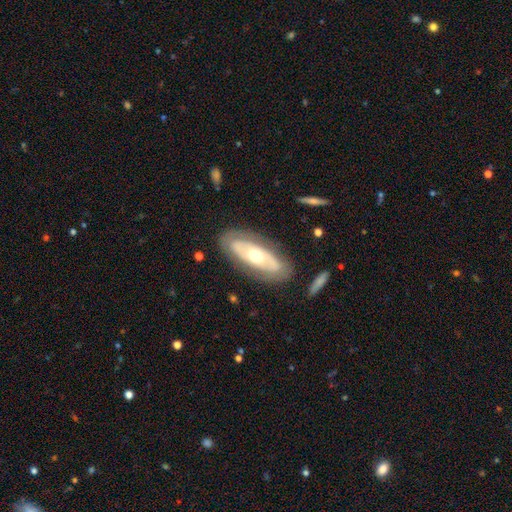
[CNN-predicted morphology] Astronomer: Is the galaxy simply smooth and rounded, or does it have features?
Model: featured or disk — 65%.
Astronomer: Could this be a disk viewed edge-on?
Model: no — 84%.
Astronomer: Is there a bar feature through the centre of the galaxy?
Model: no — 82%.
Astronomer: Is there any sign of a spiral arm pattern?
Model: no — 69%.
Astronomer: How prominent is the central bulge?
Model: moderate — 72%.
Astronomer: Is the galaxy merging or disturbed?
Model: none — 81%.